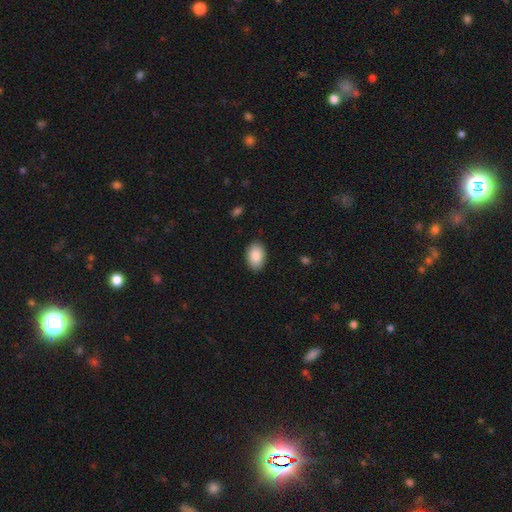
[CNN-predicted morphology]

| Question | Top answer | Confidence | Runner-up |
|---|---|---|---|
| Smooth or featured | smooth | 89% | star or artifact (6%) |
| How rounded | in between | 91% | round (8%) |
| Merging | none | 88% | minor disturbance (9%) |